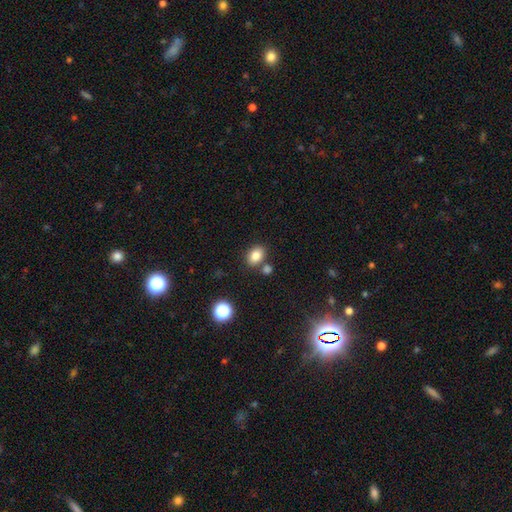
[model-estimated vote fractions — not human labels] smooth-or-featured: smooth: 83% | star or artifact: 10% | featured or disk: 6%
  how-rounded: in between: 74% | round: 25% | cigar-shaped: 1%
  merging: none: 72% | merger: 13% | minor disturbance: 11% | major disturbance: 3%